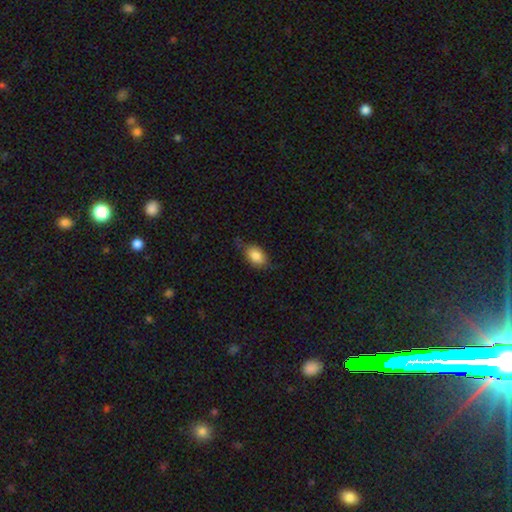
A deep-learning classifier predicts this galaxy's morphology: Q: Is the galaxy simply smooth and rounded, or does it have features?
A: smooth — 83%.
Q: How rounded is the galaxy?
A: in between — 87%.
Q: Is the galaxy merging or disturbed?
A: none — 59%.